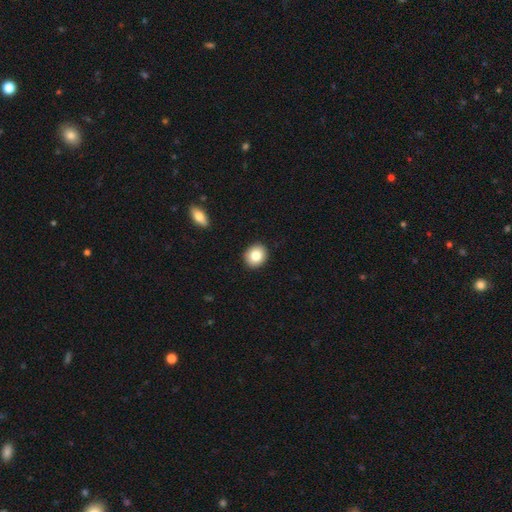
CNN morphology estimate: smooth_or_featured: smooth (p=0.82) [alt: featured or disk p=0.09]
how_rounded: round (p=0.68) [alt: in between p=0.31]
merging: none (p=0.91) [alt: minor disturbance p=0.06]